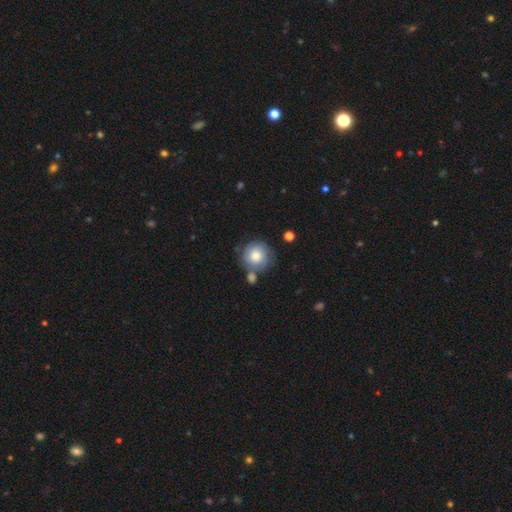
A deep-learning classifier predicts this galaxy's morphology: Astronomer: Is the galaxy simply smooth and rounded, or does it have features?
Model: smooth — 69%.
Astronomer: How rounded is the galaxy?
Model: round — 93%.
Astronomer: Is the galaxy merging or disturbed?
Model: none — 65%.